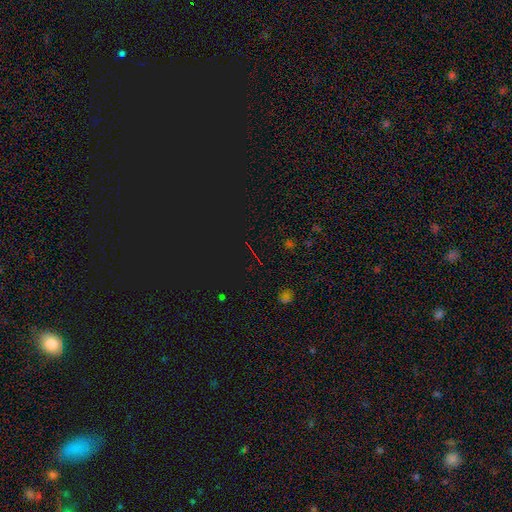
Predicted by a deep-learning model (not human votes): Q: Smooth or featured?
A: star or artifact (80%); runner-up: smooth (11%)